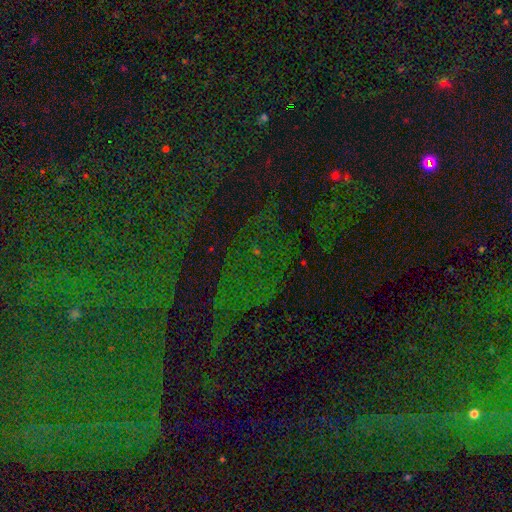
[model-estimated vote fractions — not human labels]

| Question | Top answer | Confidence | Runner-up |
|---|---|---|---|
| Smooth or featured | star or artifact | 81% | smooth (10%) |